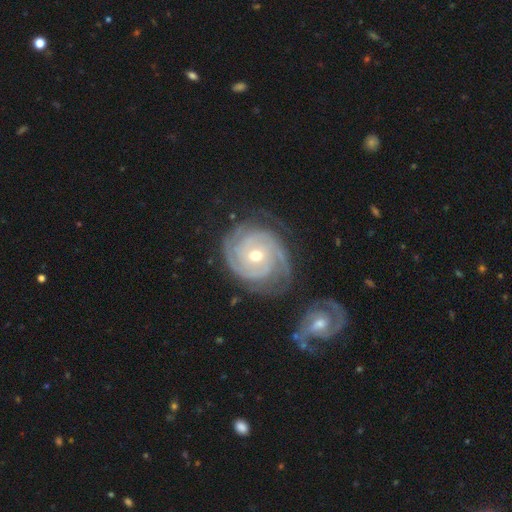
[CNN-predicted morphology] Smooth or featured: featured or disk — 90% (smooth — 6%)
Edge-on disk: no — 97% (yes — 3%)
Bar: no — 73% (weak — 21%)
Spiral arms: yes — 97% (no — 3%)
Spiral winding: tight — 79% (medium — 17%)
Spiral arm count: 2 — 36% (3 — 26%)
Bulge size: moderate — 55% (small — 42%)
Merging: none — 70% (minor disturbance — 17%)